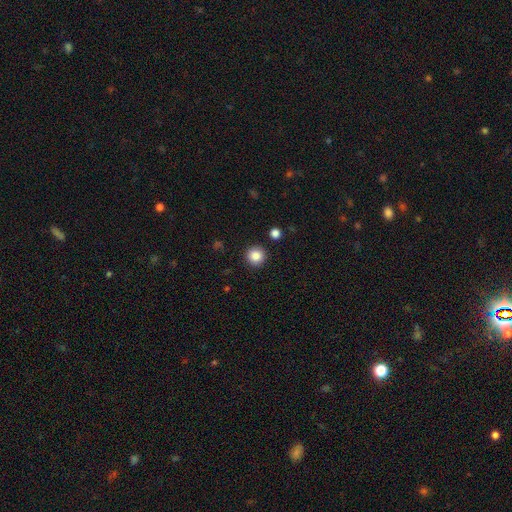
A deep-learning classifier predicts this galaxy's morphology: Smooth or featured? smooth (86%)
How rounded? round (95%)
Merging? none (91%)